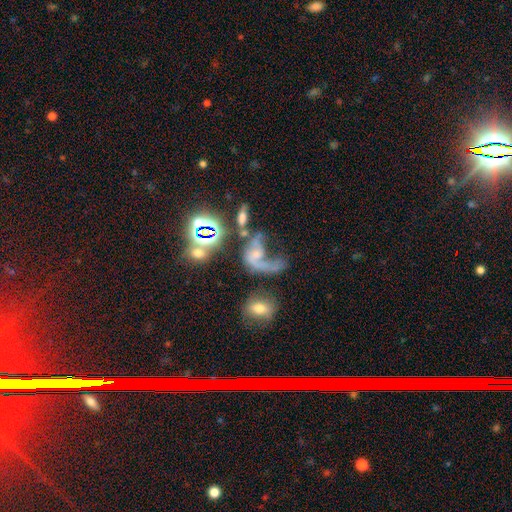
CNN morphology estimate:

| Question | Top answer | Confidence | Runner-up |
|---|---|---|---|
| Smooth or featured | featured or disk | 56% | smooth (25%) |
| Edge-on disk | no | 95% | yes (5%) |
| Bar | no | 72% | weak (20%) |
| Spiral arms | yes | 61% | no (39%) |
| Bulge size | small | 33% | moderate (31%) |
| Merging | major disturbance | 41% | merger (29%) |